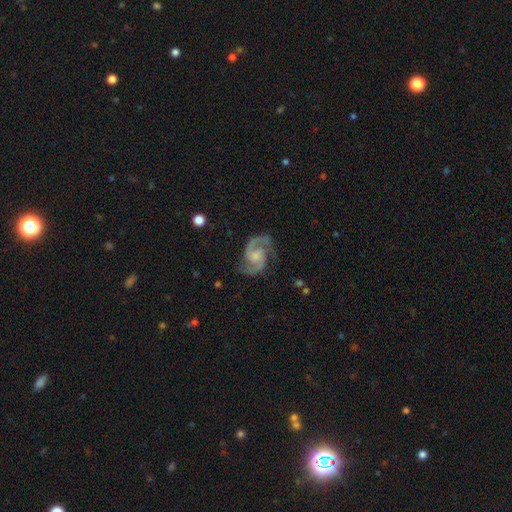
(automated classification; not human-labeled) This appears to be a featured or disk galaxy (92%) with no bar (49%), 2 (93%) medium (64%) spiral arms (98%) and a moderate central bulge (32%). Merging: none (76%).